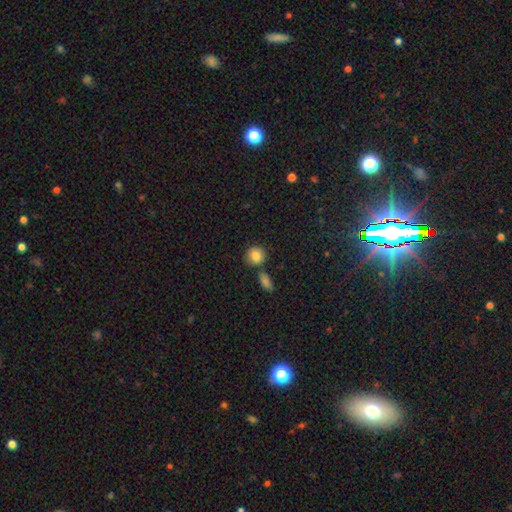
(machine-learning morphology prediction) smooth_or_featured: smooth (p=0.85) [alt: star or artifact p=0.09]
how_rounded: round (p=0.82) [alt: in between p=0.17]
merging: none (p=0.71) [alt: merger p=0.15]